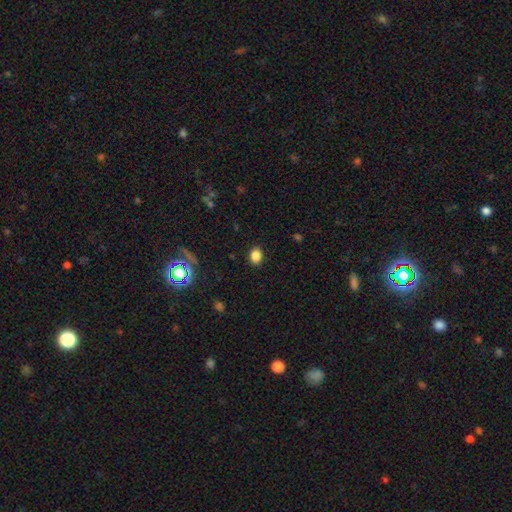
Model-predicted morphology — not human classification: smooth-or-featured: smooth: 84% | star or artifact: 12% | featured or disk: 4%
  how-rounded: in between: 55% | round: 44% | cigar-shaped: 1%
  merging: none: 89% | minor disturbance: 7% | major disturbance: 2% | merger: 1%